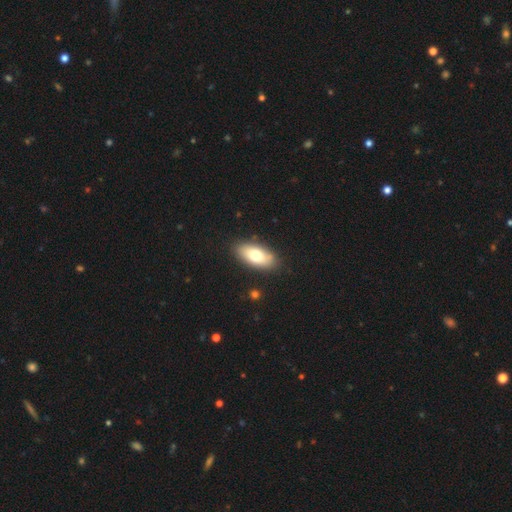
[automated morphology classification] A smooth galaxy with no disk features (73%) that is in between round and cigar-shaped (88%).

Vote fractions:
- Smooth or featured? smooth: 73% / featured or disk: 21% / star or artifact: 6%
- How rounded? in between: 88% / cigar-shaped: 9% / round: 3%
- Merging? none: 87% / minor disturbance: 10% / major disturbance: 2% / merger: 2%